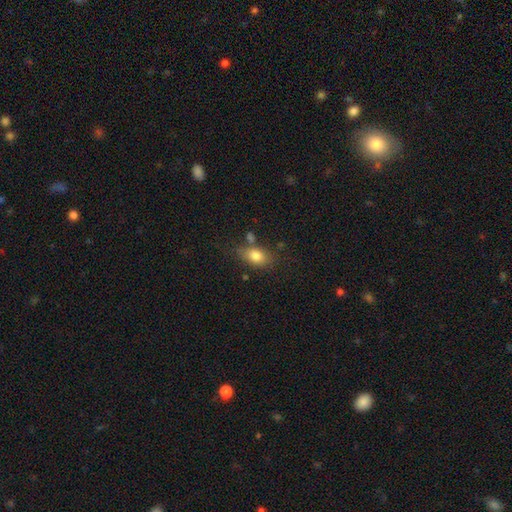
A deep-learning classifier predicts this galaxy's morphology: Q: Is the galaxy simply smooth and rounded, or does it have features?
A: smooth — 81%.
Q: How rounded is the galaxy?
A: in between — 81%.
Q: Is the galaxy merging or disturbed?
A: none — 65%.